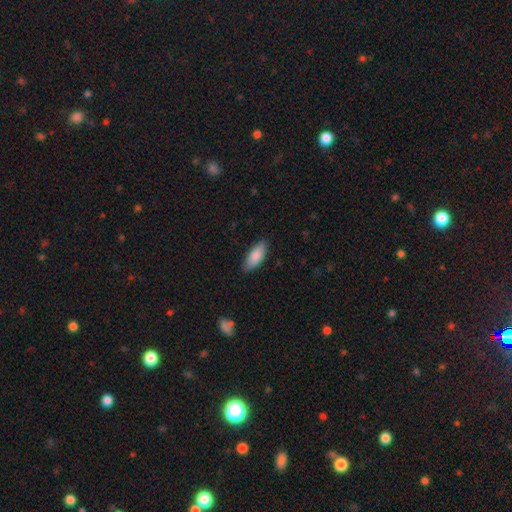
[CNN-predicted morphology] Smooth or featured: smooth — 86% (featured or disk — 8%)
How rounded: in between — 77% (cigar-shaped — 22%)
Merging: none — 86% (minor disturbance — 11%)